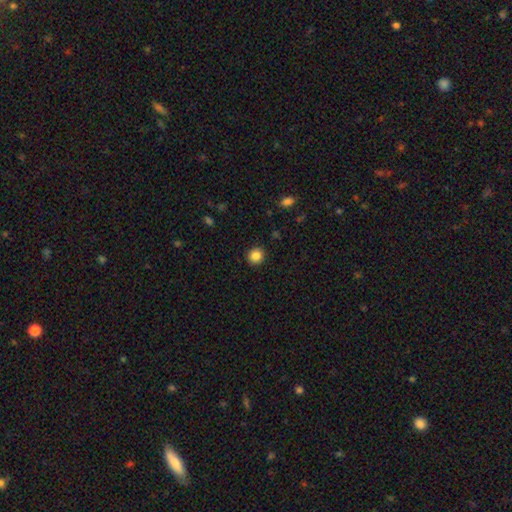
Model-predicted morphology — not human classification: This appears to be a smooth galaxy with no disk features (86%) that is round (89%). Merging: none (91%).